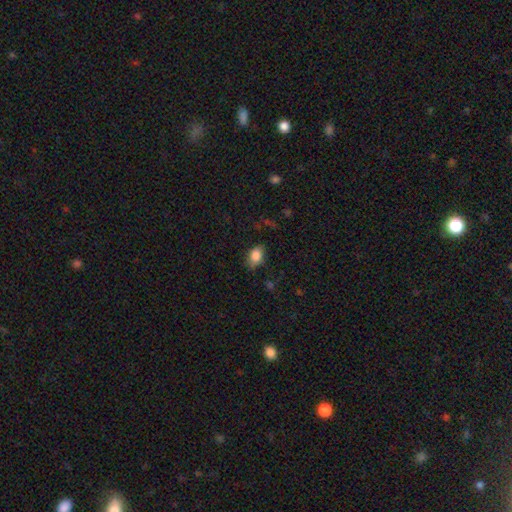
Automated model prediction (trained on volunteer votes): Overall: smooth (84%). How rounded: in between (78%). Merging: none (71%).